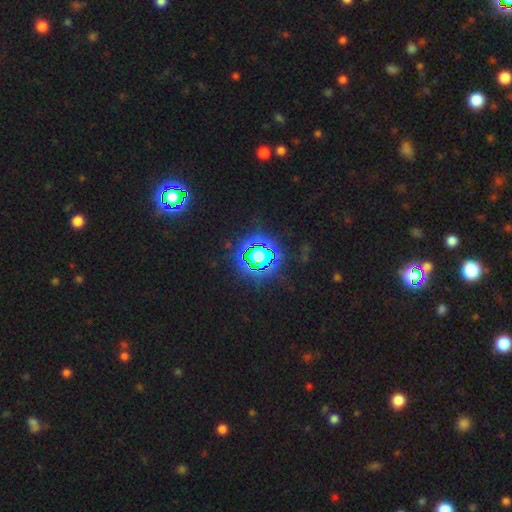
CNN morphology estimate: A star or artifact, not a galaxy (70%).

Vote fractions:
- Smooth or featured? star or artifact: 70% / smooth: 17% / featured or disk: 13%